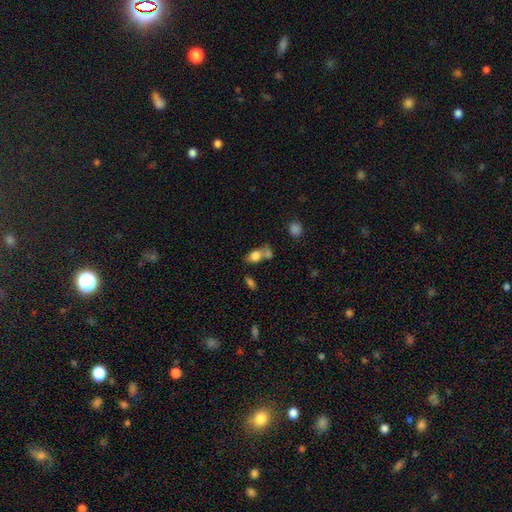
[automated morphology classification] A smooth galaxy with no disk features (78%) that is in between round and cigar-shaped (75%). Merging: none (41%).